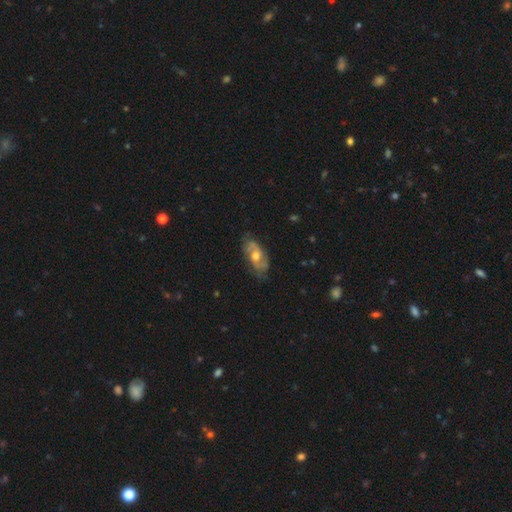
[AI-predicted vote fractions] Overall: featured or disk (67%). Edge-on disk: no (89%). Bar: no (58%; weak 35%). Spiral arms: yes (78%). Bulge size: moderate (71%). Merging: none (71%).